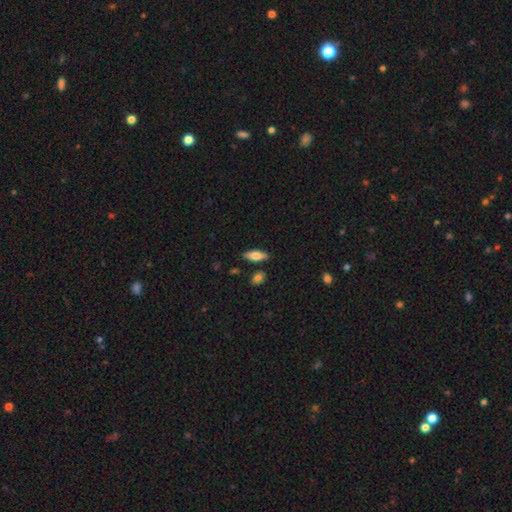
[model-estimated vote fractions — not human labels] Morphology: type=smooth (69%); roundness=in between (66%); merging=none (83%).